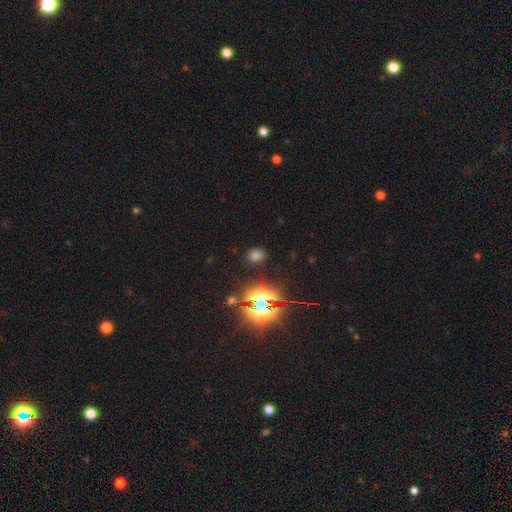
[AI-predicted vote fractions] The model was most divided on "how rounded": in between: 52%, round: 46%, cigar-shaped: 2%. More confident: merging — none (82%); smooth or featured — smooth (61%).